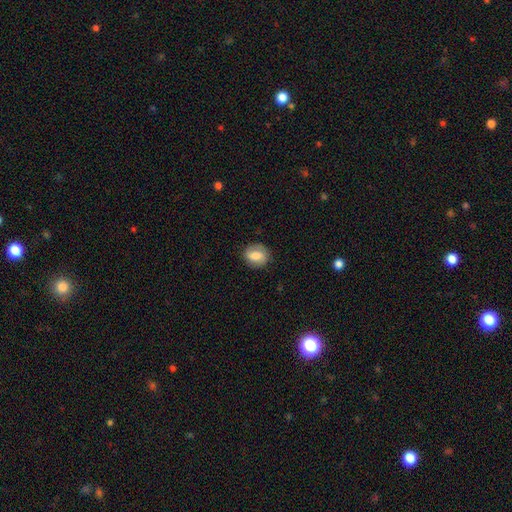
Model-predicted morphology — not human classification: The model was most divided on "how rounded": round: 62%, in between: 37%, cigar-shaped: 1%. More confident: merging — none (82%); smooth or featured — smooth (67%).